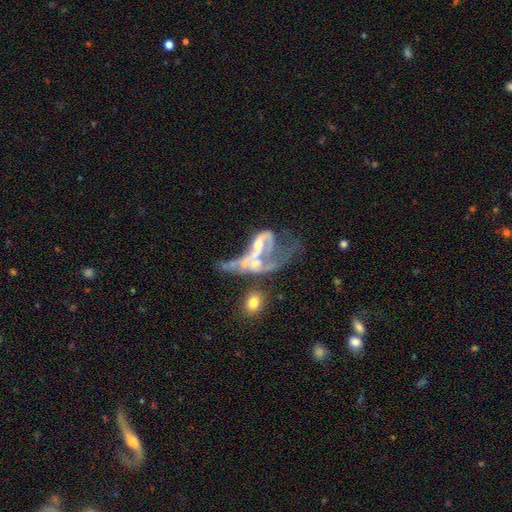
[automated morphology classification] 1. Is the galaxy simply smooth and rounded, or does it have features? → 70% featured or disk, 17% smooth, 13% star or artifact.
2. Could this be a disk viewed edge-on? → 90% no, 10% yes.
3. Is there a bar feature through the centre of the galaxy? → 66% no, 22% weak, 12% strong.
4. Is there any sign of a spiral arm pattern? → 56% no, 44% yes.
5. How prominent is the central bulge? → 40% moderate, 33% small, 20% none, 5% large, 2% dominant.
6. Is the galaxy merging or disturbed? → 51% merger, 30% major disturbance, 12% none, 7% minor disturbance.